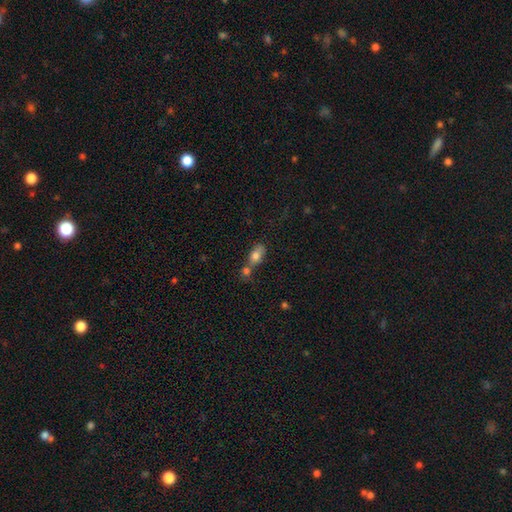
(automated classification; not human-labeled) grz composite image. It shows a smooth galaxy with no disk features (77%) that is in between round and cigar-shaped (79%). Merging: merger (49%).